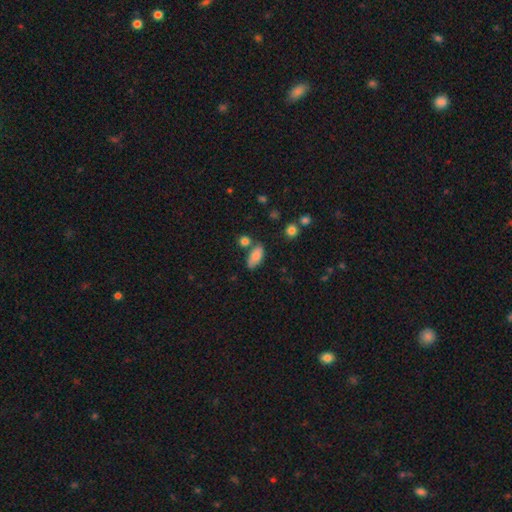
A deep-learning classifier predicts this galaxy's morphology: Overall: smooth (82%). How rounded: in between (90%). Merging: none (66%).